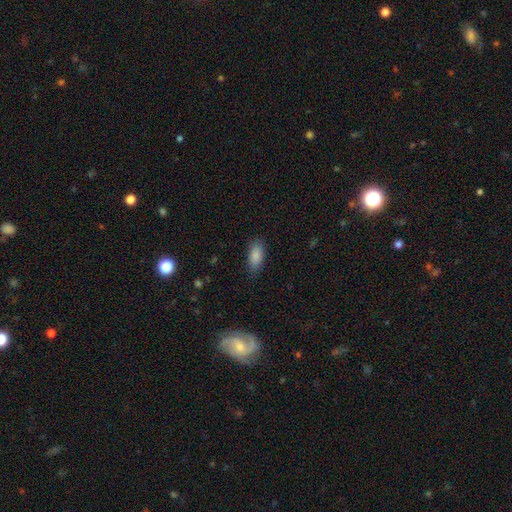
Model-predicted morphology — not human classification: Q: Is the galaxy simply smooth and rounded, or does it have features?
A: smooth — 87%.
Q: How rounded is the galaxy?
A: in between — 89%.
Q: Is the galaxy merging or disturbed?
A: none — 81%.